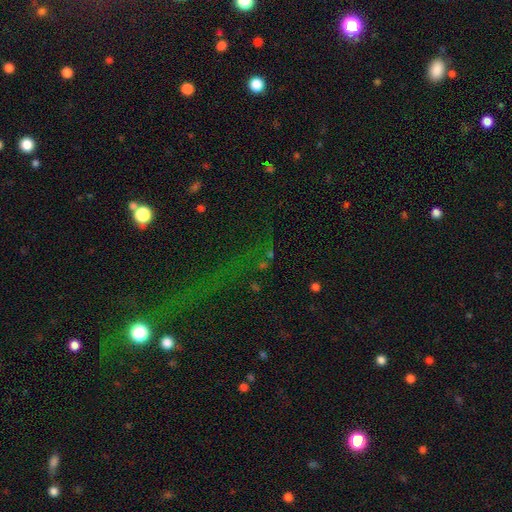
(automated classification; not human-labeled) Smooth or featured?
  - star or artifact: 67% *
  - smooth: 20%
  - featured or disk: 13%